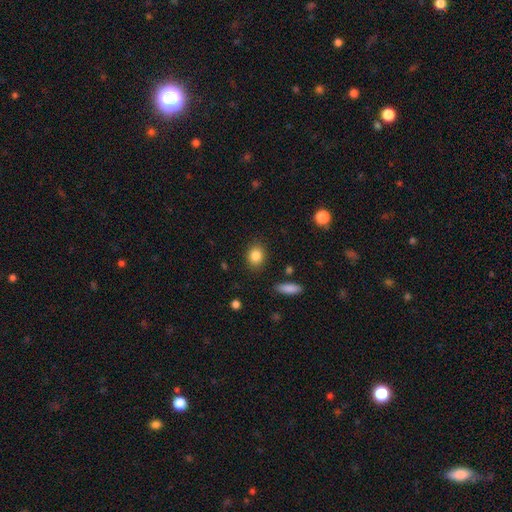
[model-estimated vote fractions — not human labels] smooth 85%, star or artifact 9%, featured or disk 6%. Down the decision tree: how rounded — round (52%); merging — none (87%).